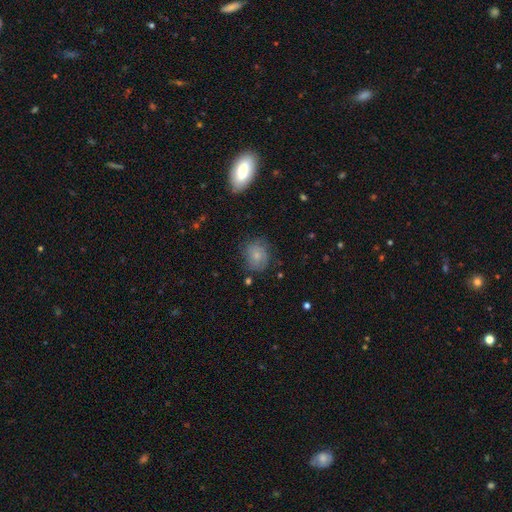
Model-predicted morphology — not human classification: A smooth galaxy with no disk features (62%) that is round (65%).

Vote fractions:
- Smooth or featured? smooth: 62% / featured or disk: 27% / star or artifact: 11%
- How rounded? round: 65% / in between: 33% / cigar-shaped: 1%
- Merging? none: 69% / minor disturbance: 22% / major disturbance: 7% / merger: 2%